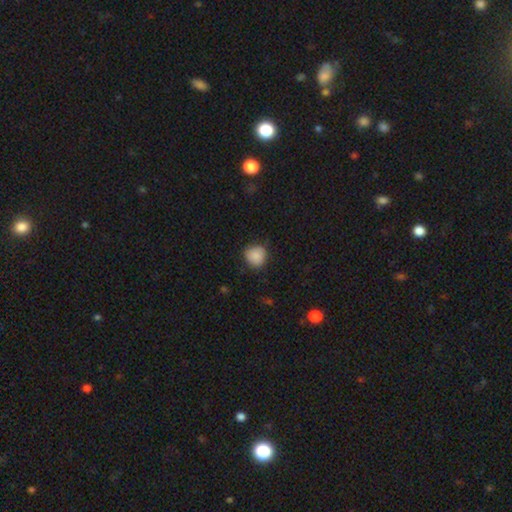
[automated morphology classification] A smooth galaxy with no disk features (88%) that is round (88%).

Vote fractions:
- Smooth or featured? smooth: 88% / star or artifact: 8% / featured or disk: 4%
- How rounded? round: 88% / in between: 11% / cigar-shaped: 1%
- Merging? none: 79% / minor disturbance: 16% / major disturbance: 3% / merger: 1%